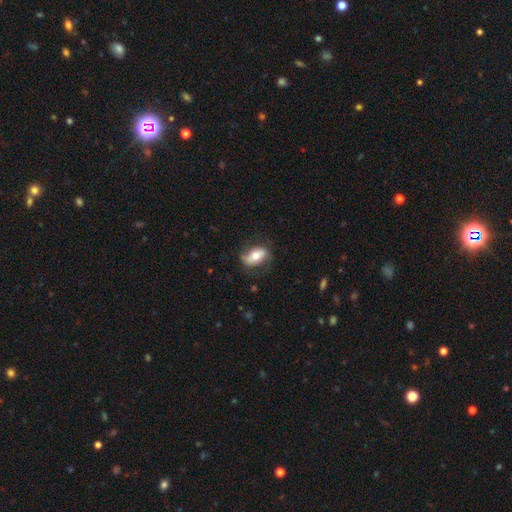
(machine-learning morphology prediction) Smooth or featured? smooth (57%)
How rounded? in between (87%)
Merging? none (72%)